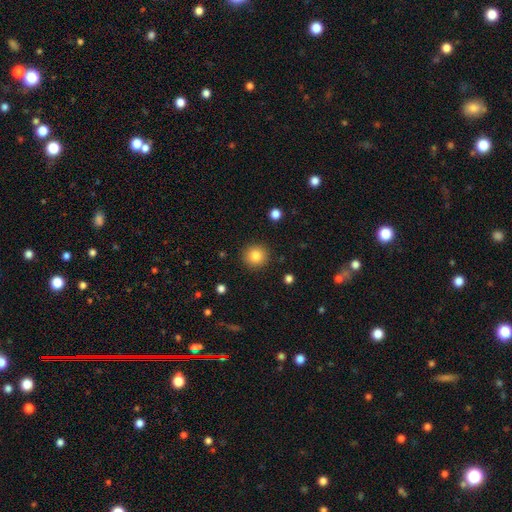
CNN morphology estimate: Smooth or featured? smooth (84%)
How rounded? round (94%)
Merging? none (91%)